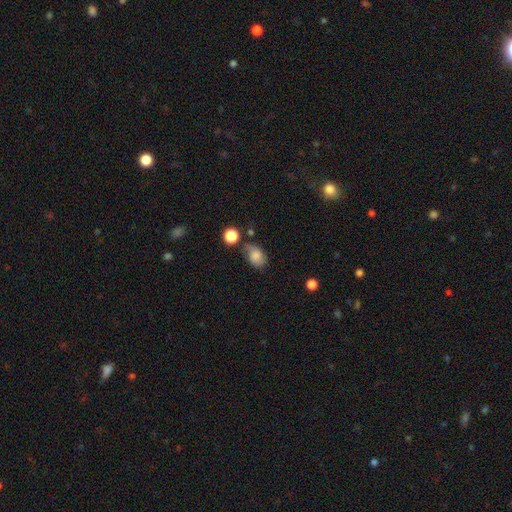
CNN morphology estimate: A smooth galaxy with no disk features (70%) that is in between round and cigar-shaped (75%). Merging: none (52%).